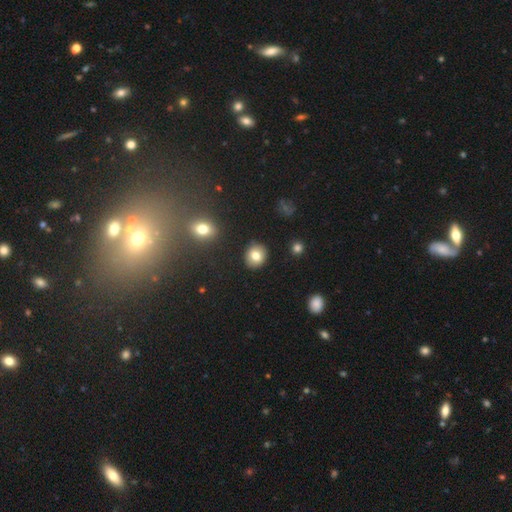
This is clearly a smooth galaxy (87%). How rounded: clearly round (88%). Merging: clearly none (92%).